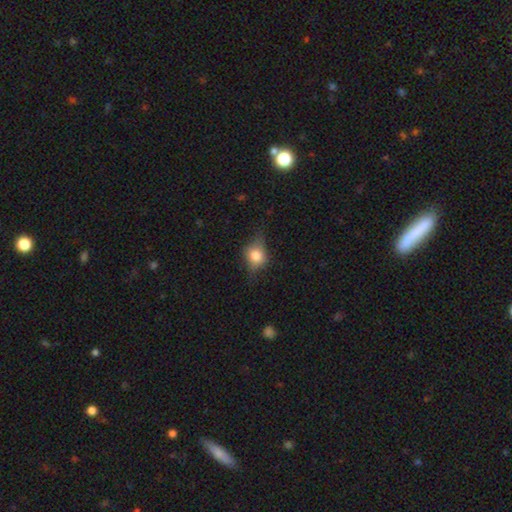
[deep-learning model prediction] The model was most divided on "how rounded": round: 58%, in between: 38%, cigar-shaped: 3%. More confident: merging — none (64%); smooth or featured — smooth (59%).